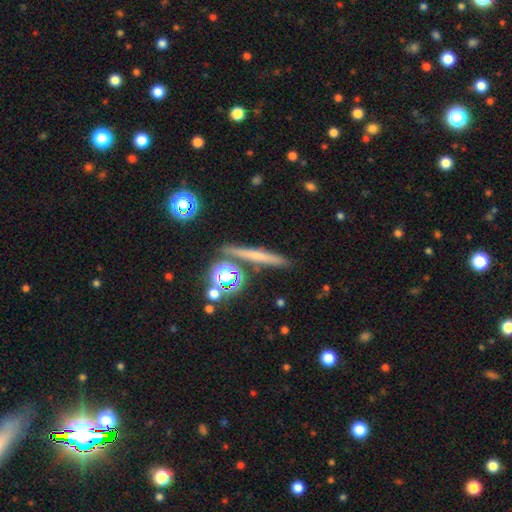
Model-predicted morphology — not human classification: A smooth galaxy with no disk features (49%).

Vote fractions:
- Smooth or featured? smooth: 49% / featured or disk: 34% / star or artifact: 17%
- Merging? none: 83% / minor disturbance: 8% / merger: 6% / major disturbance: 3%